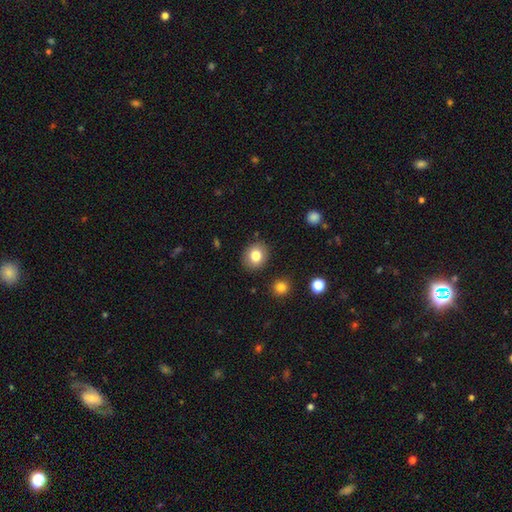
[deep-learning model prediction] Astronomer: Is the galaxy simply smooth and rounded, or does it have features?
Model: smooth — 81%.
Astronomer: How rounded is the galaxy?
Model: round — 66%.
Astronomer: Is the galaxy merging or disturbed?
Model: none — 87%.